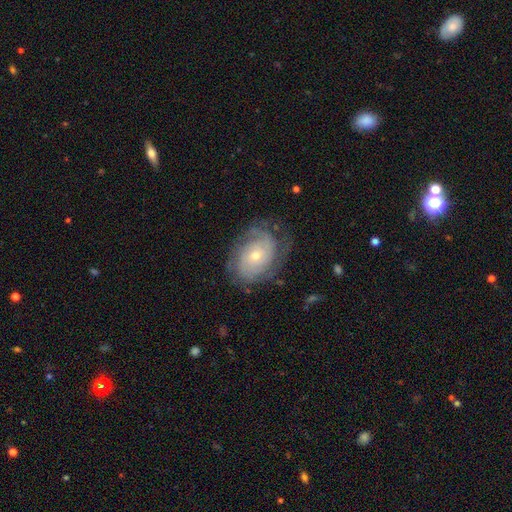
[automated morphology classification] smooth-or-featured: featured or disk: 78% | smooth: 15% | star or artifact: 7%
  disk-edge-on: no: 96% | yes: 4%
    bar: no: 78% | weak: 18% | strong: 4%
    has-spiral-arms: yes: 92% | no: 8%
      spiral-winding: tight: 67% | medium: 25% | loose: 8%
      spiral-arm-count: can't tell: 40% | 2: 28% | 3: 15% | 4: 8% | 1: 5% | more than 4: 5%
    bulge-size: small: 61% | moderate: 35% | large: 2% | none: 1% | dominant: 1%
  merging: none: 71% | minor disturbance: 18% | major disturbance: 10% | merger: 1%